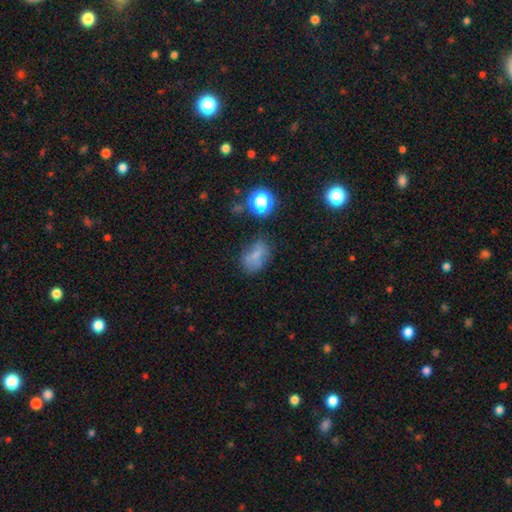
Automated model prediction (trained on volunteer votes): This appears to be a smooth galaxy with no disk features (59%) that is in between round and cigar-shaped (71%). Merging: none (54%).